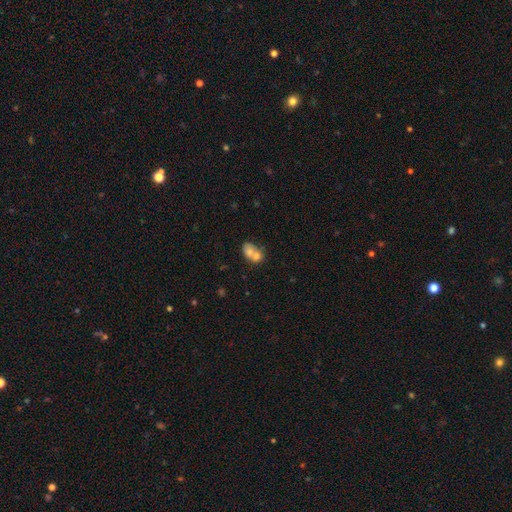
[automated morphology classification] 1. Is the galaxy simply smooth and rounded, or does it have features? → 67% smooth, 24% featured or disk, 9% star or artifact.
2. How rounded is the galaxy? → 61% in between, 37% round, 1% cigar-shaped.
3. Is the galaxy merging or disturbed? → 66% merger, 21% none, 8% minor disturbance, 4% major disturbance.